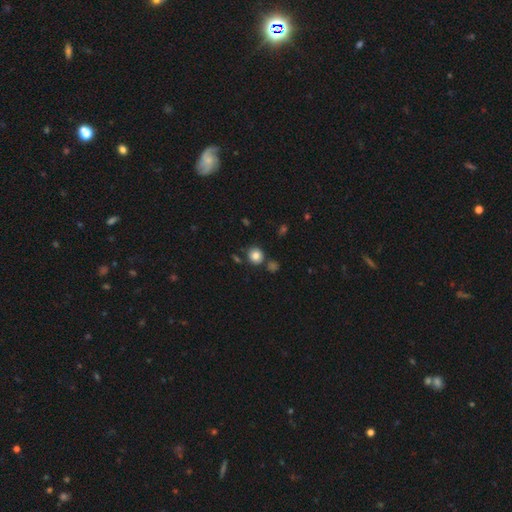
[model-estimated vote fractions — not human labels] Q: Smooth or featured?
A: smooth (83%); runner-up: star or artifact (11%)
Q: How rounded?
A: round (86%); runner-up: in between (13%)
Q: Merging?
A: none (78%); runner-up: minor disturbance (10%)